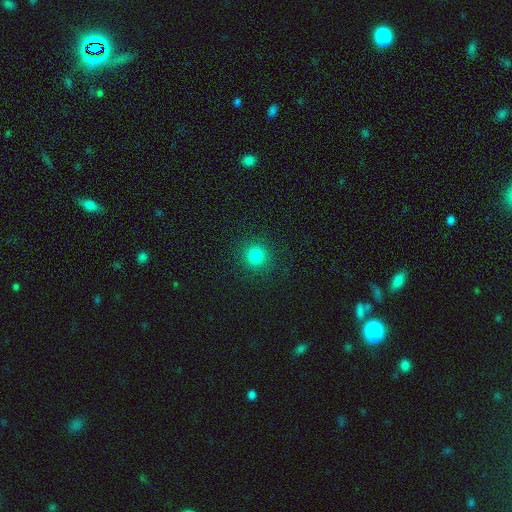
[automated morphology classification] smooth_or_featured: smooth (p=0.82) [alt: star or artifact p=0.13]
how_rounded: round (p=0.93) [alt: in between p=0.06]
merging: none (p=0.90) [alt: minor disturbance p=0.06]